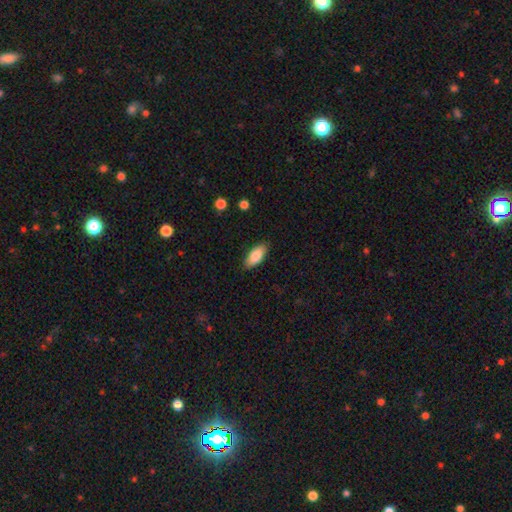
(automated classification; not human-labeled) Smooth or featured: smooth — 85% (featured or disk — 9%)
How rounded: in between — 86% (cigar-shaped — 12%)
Merging: none — 86% (minor disturbance — 11%)